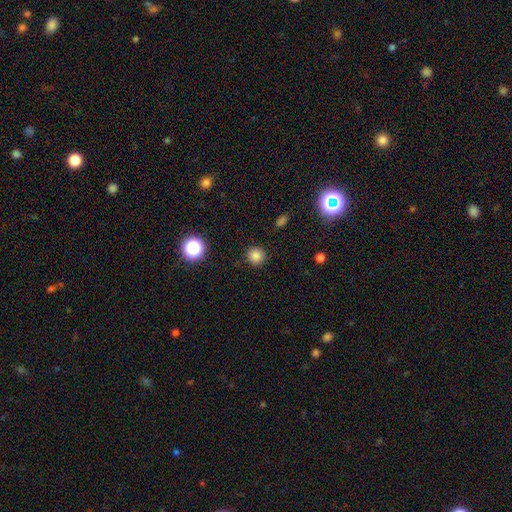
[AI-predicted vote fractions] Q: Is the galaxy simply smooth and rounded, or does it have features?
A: smooth — 82%.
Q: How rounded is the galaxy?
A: round — 94%.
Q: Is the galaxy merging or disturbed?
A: none — 90%.